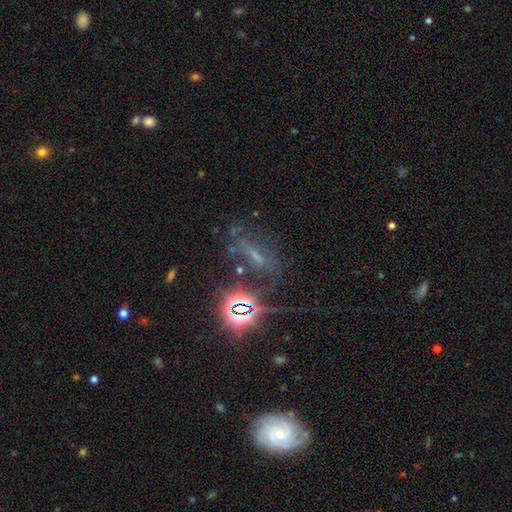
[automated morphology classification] Smooth or featured: star or artifact — 43% (featured or disk — 29%)